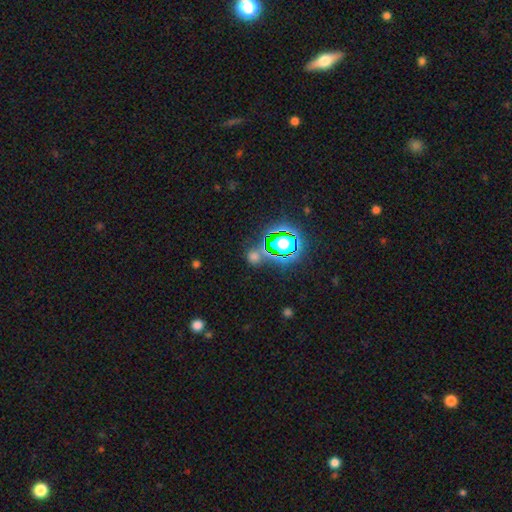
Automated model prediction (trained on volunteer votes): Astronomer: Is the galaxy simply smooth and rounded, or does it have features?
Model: star or artifact — 59%.